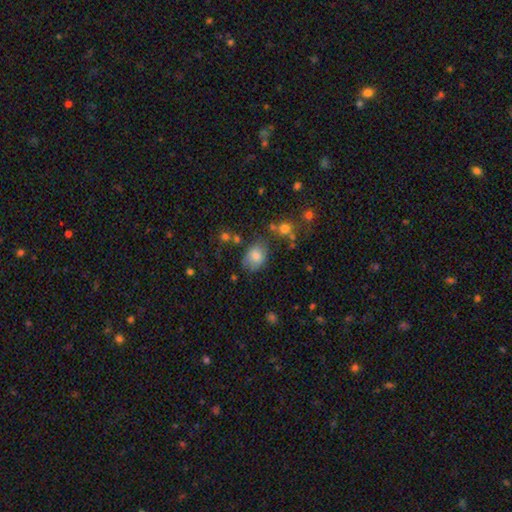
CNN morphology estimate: smooth_or_featured: smooth (p=0.77) [alt: featured or disk p=0.12]
how_rounded: in between (p=0.60) [alt: round p=0.39]
merging: none (p=0.63) [alt: minor disturbance p=0.24]